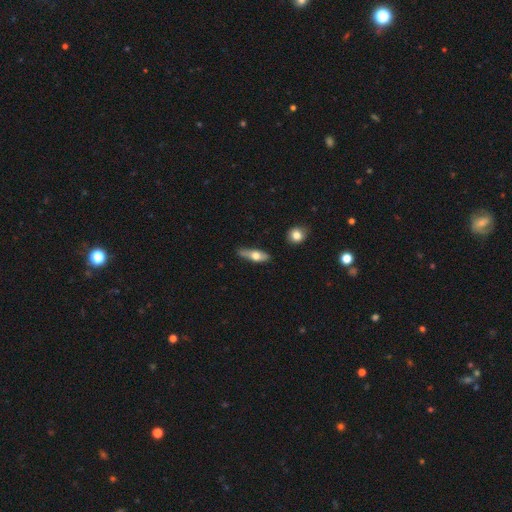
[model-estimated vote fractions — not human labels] A smooth galaxy with no disk features (55%) that is in between round and cigar-shaped (52%). Merging: none (70%).